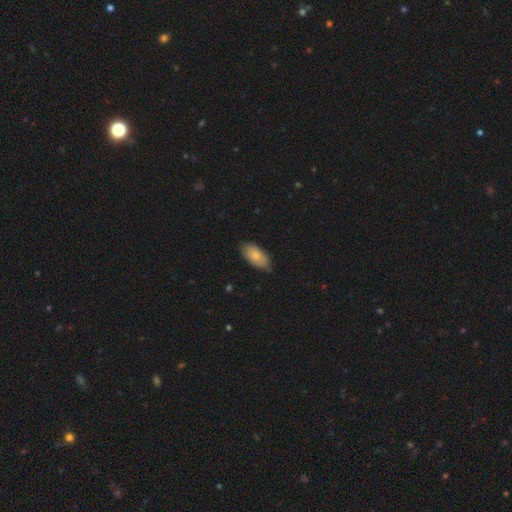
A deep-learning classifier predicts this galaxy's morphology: This is likely a smooth galaxy (79%). How rounded: clearly in between (93%). Merging: likely none (79%).